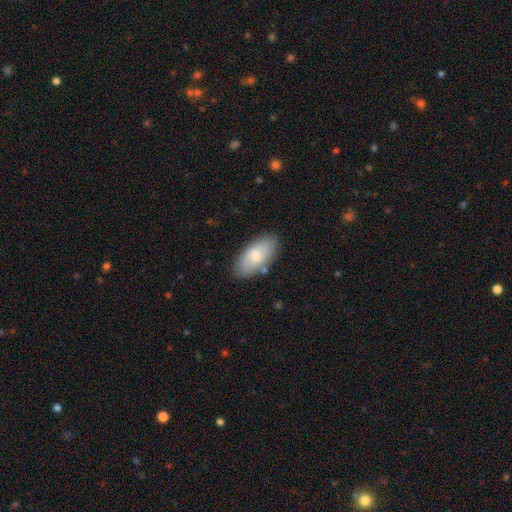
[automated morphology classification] A smooth galaxy with no disk features (63%) that is in between round and cigar-shaped (93%). Merging: none (81%).